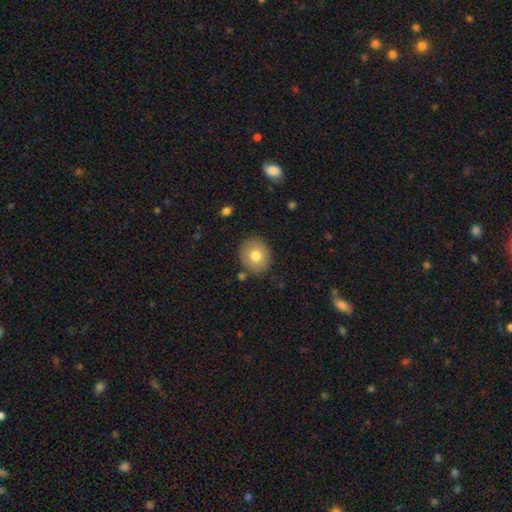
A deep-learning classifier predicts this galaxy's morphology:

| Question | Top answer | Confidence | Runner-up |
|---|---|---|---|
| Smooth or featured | smooth | 74% | featured or disk (18%) |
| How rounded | round | 75% | in between (24%) |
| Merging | none | 83% | minor disturbance (11%) |